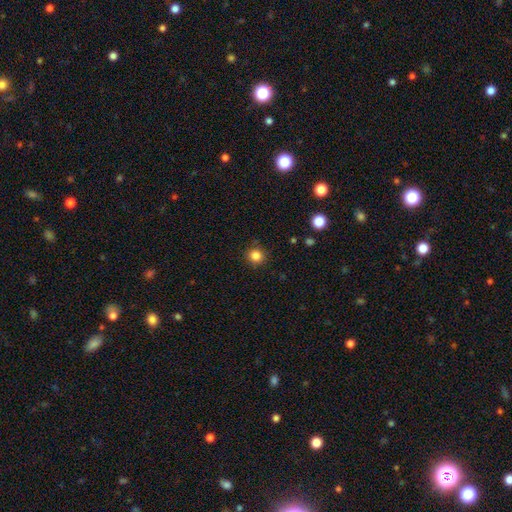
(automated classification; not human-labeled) A smooth galaxy with no disk features (84%) that is round (91%). Merging: none (89%).